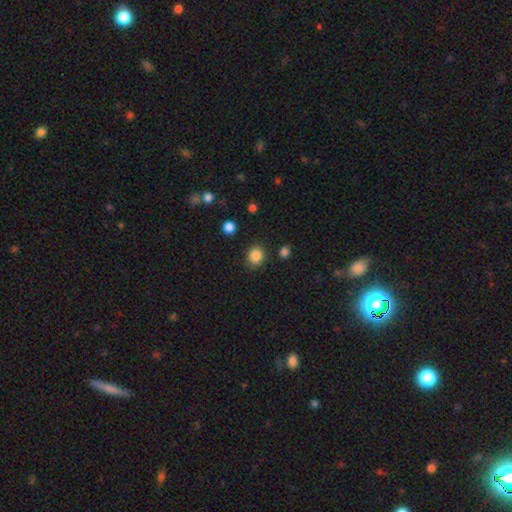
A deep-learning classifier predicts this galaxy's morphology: Smooth or featured?
  - smooth: 86% *
  - star or artifact: 10%
  - featured or disk: 4%
How rounded?
  - round: 78% *
  - in between: 21%
  - cigar-shaped: 1%
Merging?
  - none: 88% *
  - minor disturbance: 7%
  - major disturbance: 2%
  - merger: 2%